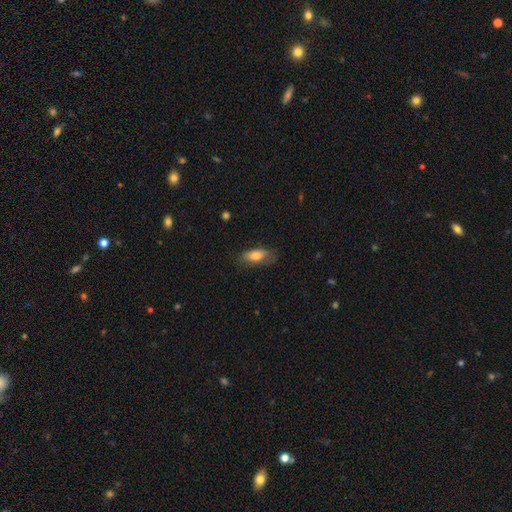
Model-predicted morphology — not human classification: This is likely a smooth galaxy (78%). How rounded: likely in between (80%). Merging: likely none (72%).